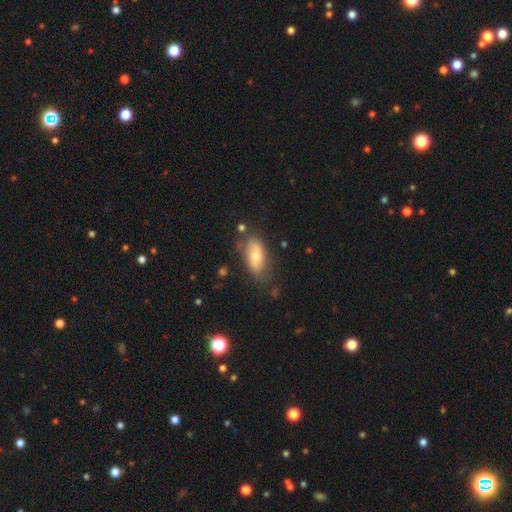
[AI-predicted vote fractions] smooth_or_featured: smooth (p=0.66) [alt: featured or disk p=0.26]
how_rounded: in between (p=0.87) [alt: cigar-shaped p=0.10]
merging: none (p=0.67) [alt: minor disturbance p=0.22]